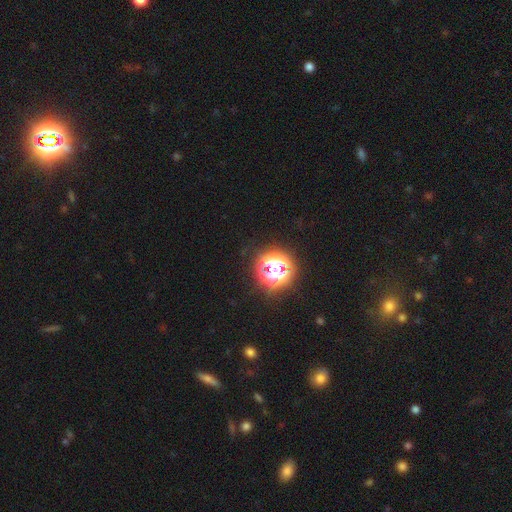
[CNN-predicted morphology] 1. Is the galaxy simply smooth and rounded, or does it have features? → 76% star or artifact, 18% smooth, 6% featured or disk.